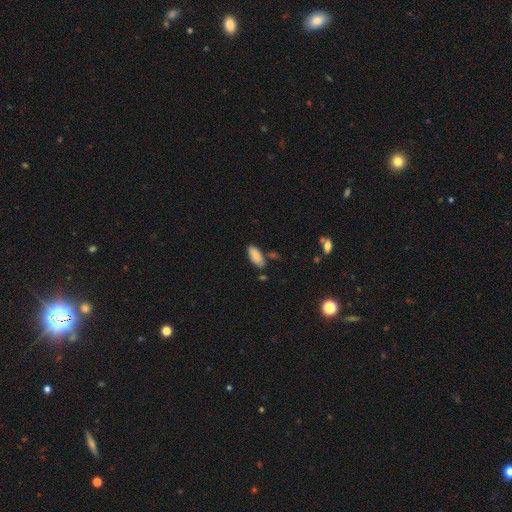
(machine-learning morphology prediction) smooth-or-featured: smooth: 87% | star or artifact: 7% | featured or disk: 6%
  how-rounded: in between: 85% | cigar-shaped: 14% | round: 2%
  merging: none: 76% | minor disturbance: 14% | merger: 6% | major disturbance: 3%